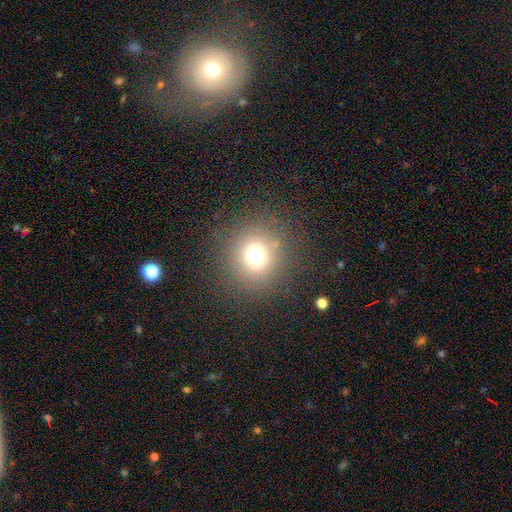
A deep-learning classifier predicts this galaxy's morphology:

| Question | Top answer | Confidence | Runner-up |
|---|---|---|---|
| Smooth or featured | smooth | 68% | star or artifact (22%) |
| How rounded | round | 93% | in between (6%) |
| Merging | none | 85% | minor disturbance (7%) |